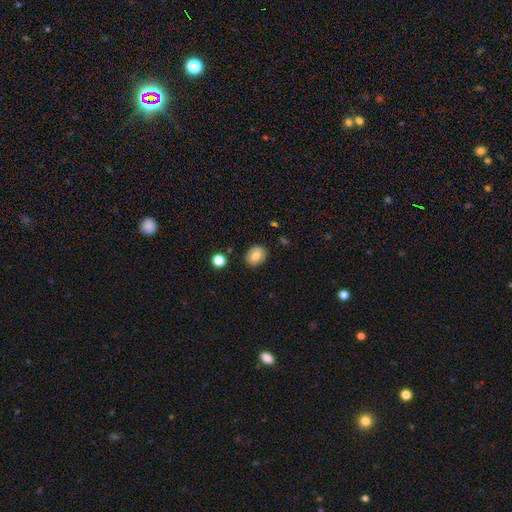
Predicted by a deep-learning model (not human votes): A smooth galaxy with no disk features (71%) that is round (51%).

Vote fractions:
- Smooth or featured? smooth: 71% / featured or disk: 20% / star or artifact: 9%
- How rounded? round: 51% / in between: 48% / cigar-shaped: 1%
- Merging? none: 86% / minor disturbance: 10% / major disturbance: 2% / merger: 2%